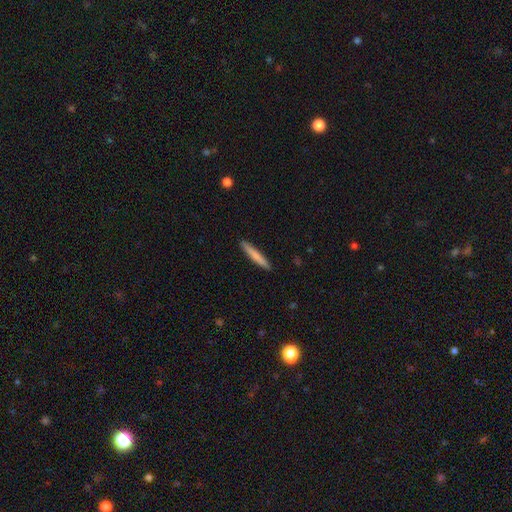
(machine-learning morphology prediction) type=smooth (74%); roundness=cigar-shaped (95%); merging=none (91%).